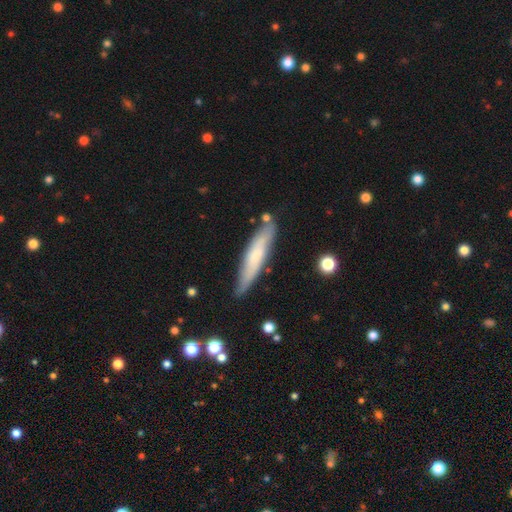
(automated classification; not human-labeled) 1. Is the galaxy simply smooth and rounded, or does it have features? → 58% smooth, 36% featured or disk, 6% star or artifact.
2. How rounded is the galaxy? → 86% cigar-shaped, 13% in between, 1% round.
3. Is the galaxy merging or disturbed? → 78% none, 16% minor disturbance, 3% merger, 3% major disturbance.